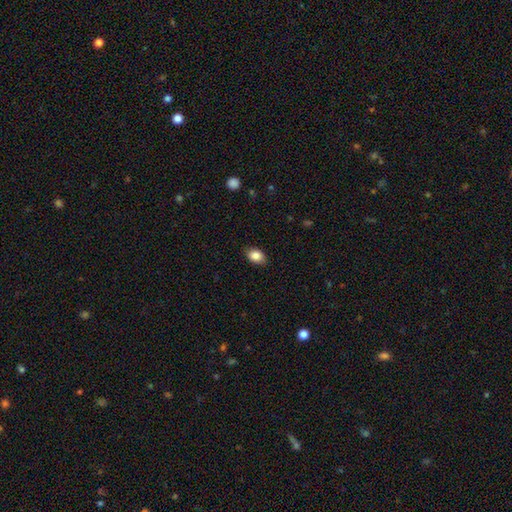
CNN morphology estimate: Overall: smooth (86%). How rounded: in between (79%). Merging: none (86%).